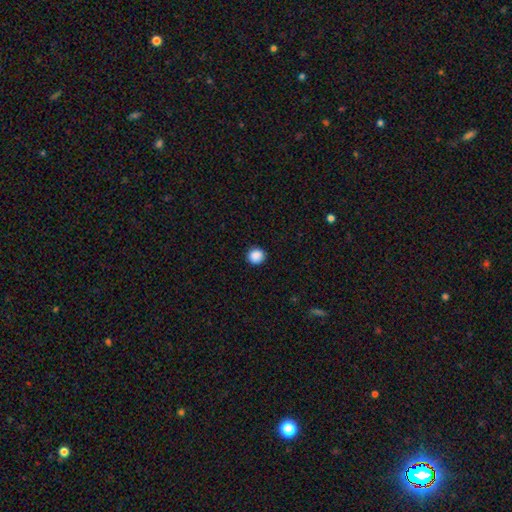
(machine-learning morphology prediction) type=smooth (88%); roundness=round (94%); merging=none (91%).